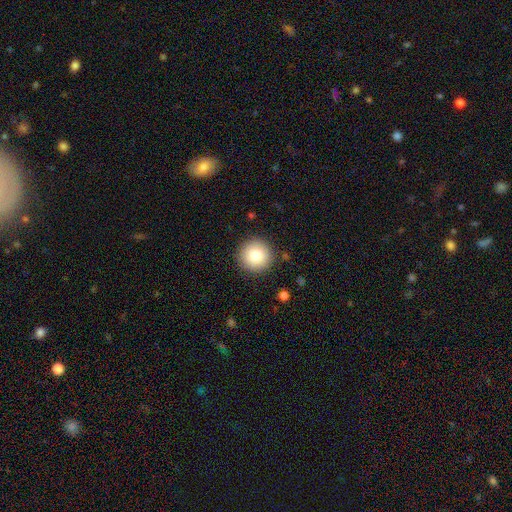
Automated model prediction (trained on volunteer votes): Smooth or featured? Predicted: smooth (p=0.83). How rounded? Predicted: round (p=0.96). Merging? Predicted: none (p=0.90).